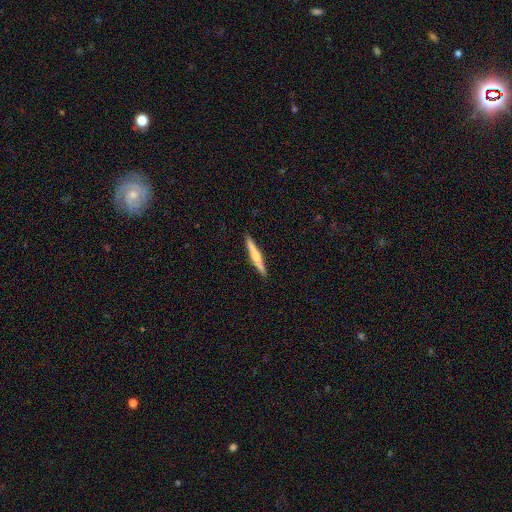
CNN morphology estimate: This is possibly a featured or disk galaxy (54%). It is clearly viewed edge-on (98%). Edge-on bulge: likely rounded (70%). Merging: clearly none (92%).